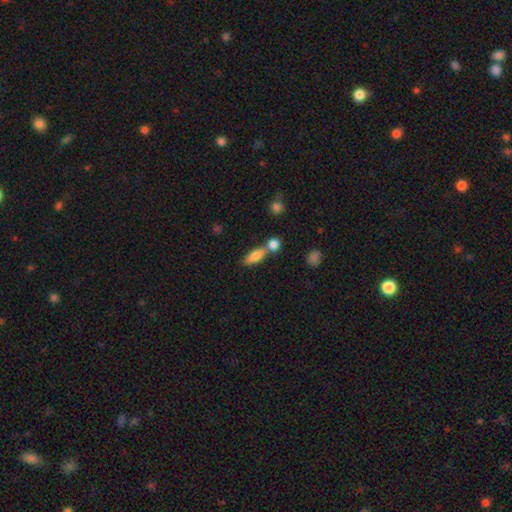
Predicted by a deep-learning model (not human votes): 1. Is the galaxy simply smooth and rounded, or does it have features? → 77% smooth, 15% featured or disk, 8% star or artifact.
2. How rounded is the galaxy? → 67% in between, 26% cigar-shaped, 7% round.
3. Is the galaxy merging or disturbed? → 45% none, 41% merger, 10% minor disturbance, 4% major disturbance.